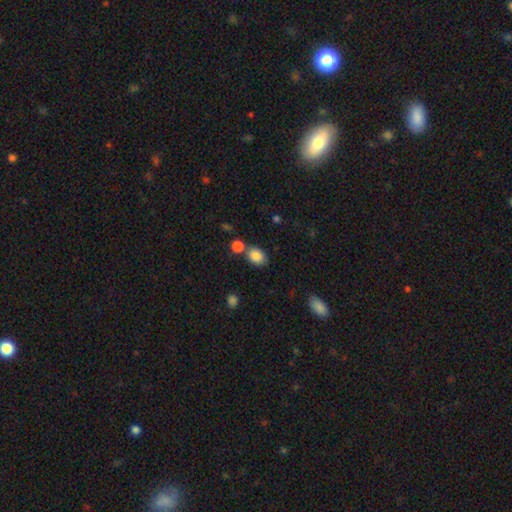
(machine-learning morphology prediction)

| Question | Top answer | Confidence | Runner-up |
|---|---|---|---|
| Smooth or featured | smooth | 85% | star or artifact (9%) |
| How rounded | in between | 69% | round (30%) |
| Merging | none | 63% | merger (21%) |